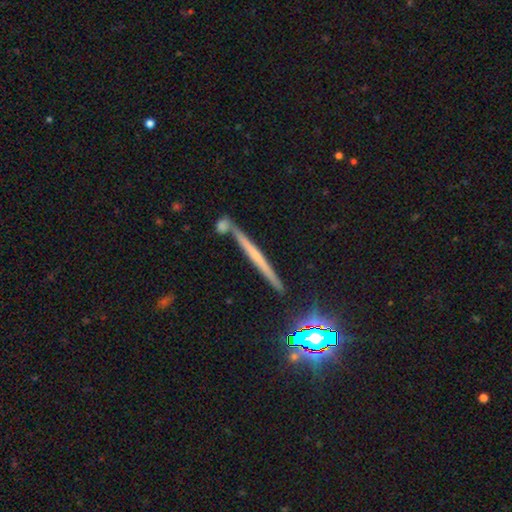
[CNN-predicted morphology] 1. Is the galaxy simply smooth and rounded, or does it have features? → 48% featured or disk, 34% smooth, 17% star or artifact.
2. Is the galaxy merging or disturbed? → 79% none, 9% minor disturbance, 9% merger, 3% major disturbance.